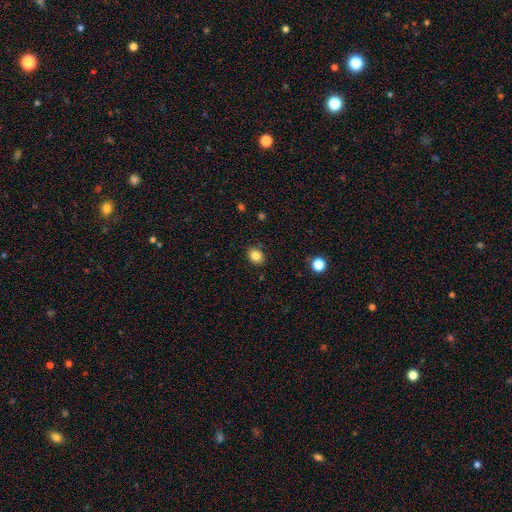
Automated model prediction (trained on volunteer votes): This is clearly a smooth galaxy (83%). How rounded: possibly round (59%). Merging: clearly none (88%).